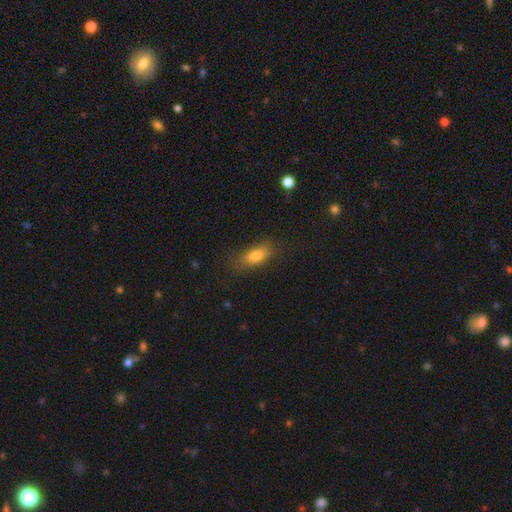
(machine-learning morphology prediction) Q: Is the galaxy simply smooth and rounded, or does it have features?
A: smooth — 77%.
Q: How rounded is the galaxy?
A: in between — 76%.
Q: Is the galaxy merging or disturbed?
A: none — 72%.